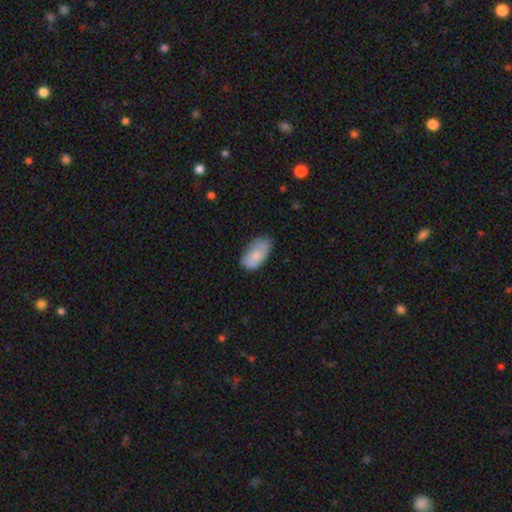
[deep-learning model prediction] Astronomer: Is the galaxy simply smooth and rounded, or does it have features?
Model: smooth — 81%.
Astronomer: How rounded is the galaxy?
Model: in between — 94%.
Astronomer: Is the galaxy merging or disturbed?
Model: none — 60%.